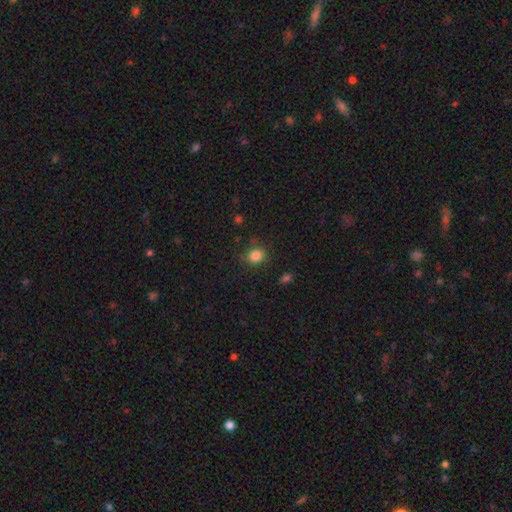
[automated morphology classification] A smooth galaxy with no disk features (84%) that is round (69%). Merging: none (80%).